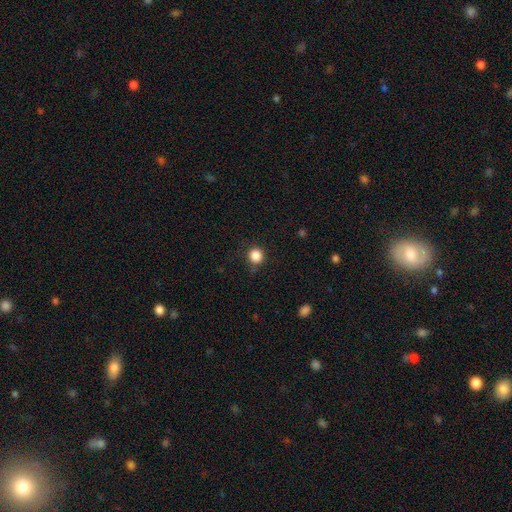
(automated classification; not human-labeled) Smooth or featured? smooth (86%)
How rounded? round (91%)
Merging? none (85%)